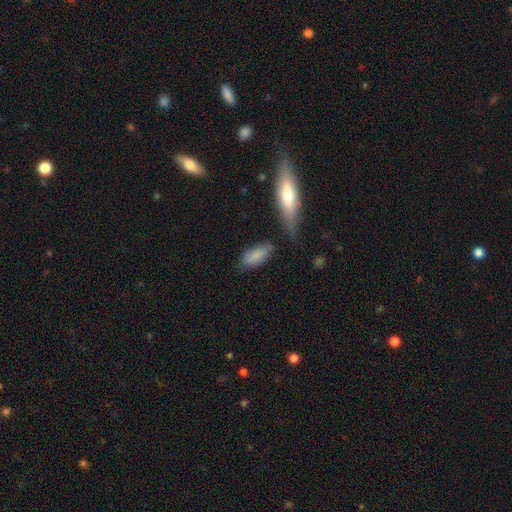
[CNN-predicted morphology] Smooth or featured? Predicted: smooth (p=0.80). How rounded? Predicted: in between (p=0.81). Merging? Predicted: none (p=0.63).